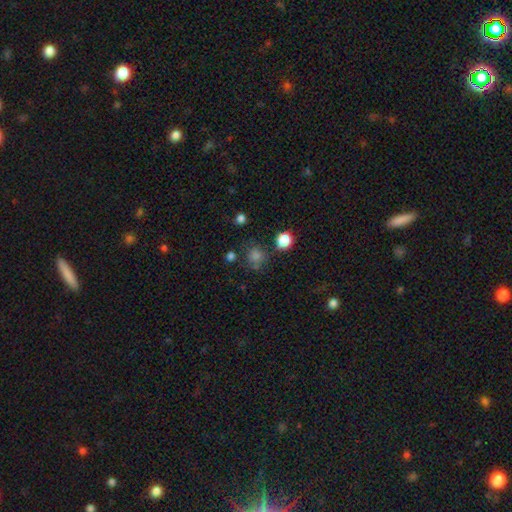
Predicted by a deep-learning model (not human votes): Overall: smooth (72%). How rounded: round (88%). Merging: none (74%).